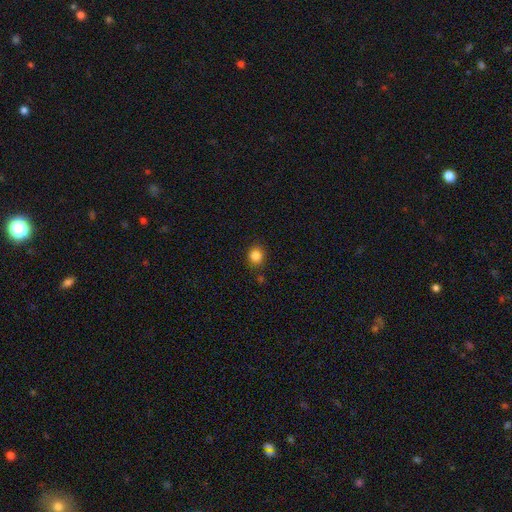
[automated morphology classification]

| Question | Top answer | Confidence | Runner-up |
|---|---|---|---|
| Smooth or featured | smooth | 85% | star or artifact (11%) |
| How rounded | round | 78% | in between (21%) |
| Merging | none | 84% | minor disturbance (11%) |